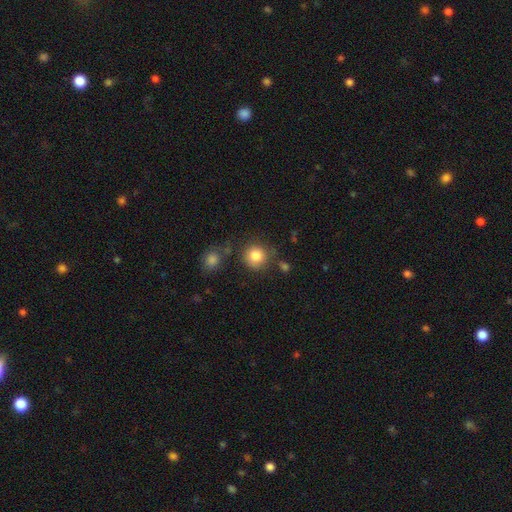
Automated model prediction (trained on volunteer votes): This appears to be a smooth galaxy with no disk features (84%) that is round (91%). Merging: none (74%).